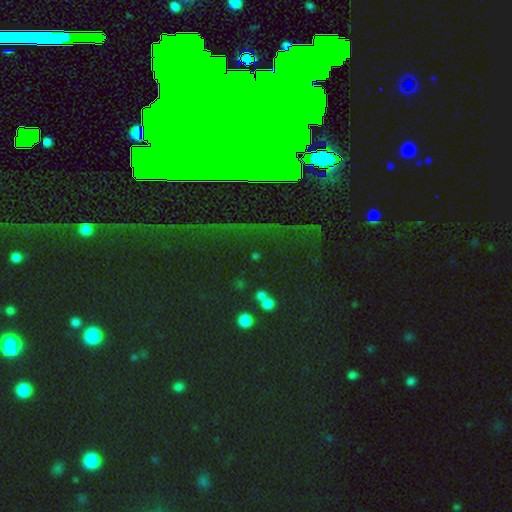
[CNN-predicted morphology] Smooth or featured: star or artifact — 61% (smooth — 26%)